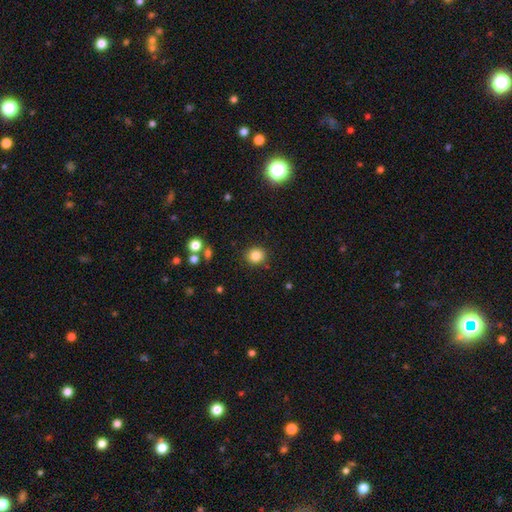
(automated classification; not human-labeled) This appears to be a smooth galaxy with no disk features (83%) that is round (85%). Merging: none (88%).